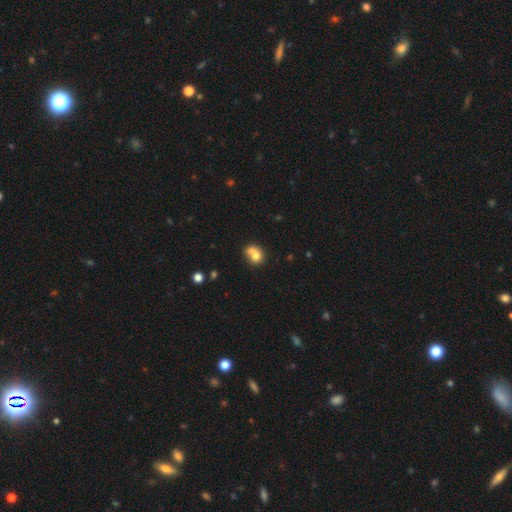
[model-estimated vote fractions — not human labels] Morphology: type=smooth (72%); roundness=round (66%); merging=merger (57%).